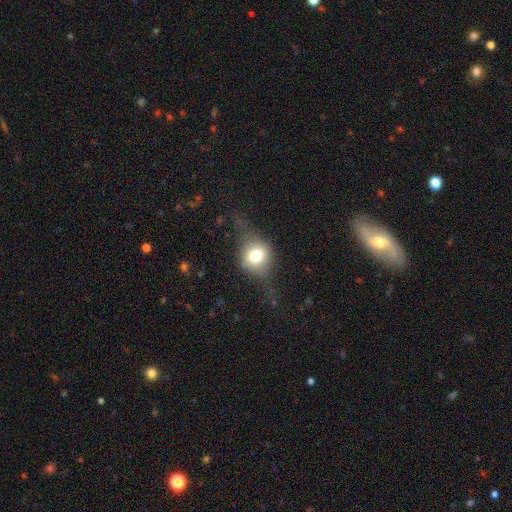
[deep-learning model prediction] Overall: smooth (58%; featured or disk 31%). How rounded: round (69%; in between 29%). Merging: none (59%; minor disturbance 23%).